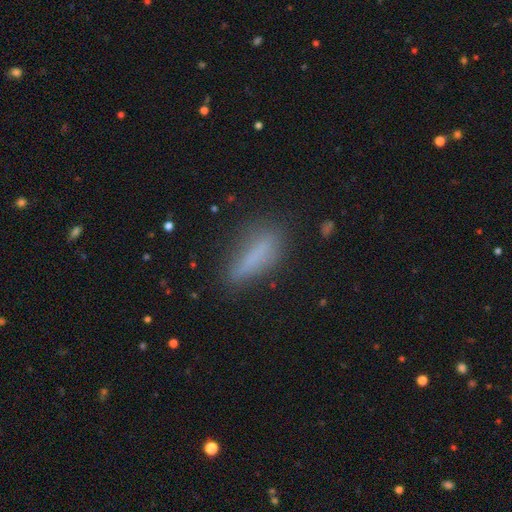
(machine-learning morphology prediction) A smooth galaxy with no disk features (71%) that is cigar-shaped (68%). Merging: none (73%).